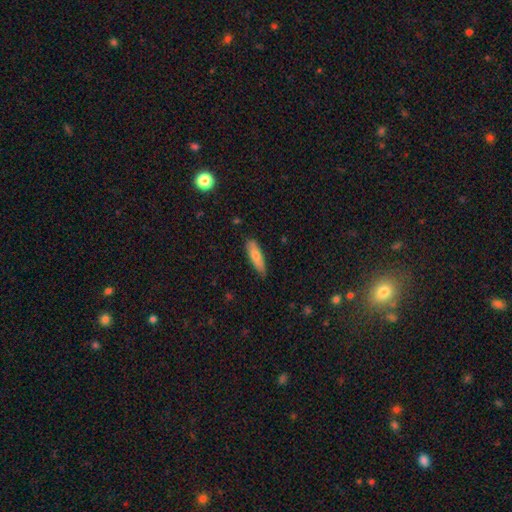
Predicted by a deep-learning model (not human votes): Overall: smooth (71%). How rounded: cigar-shaped (59%; in between 39%). Merging: none (80%).